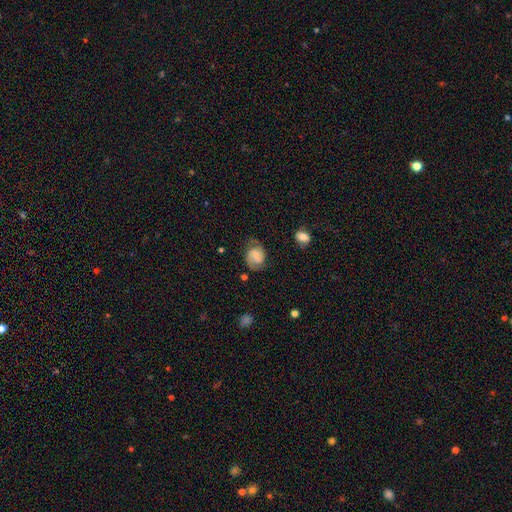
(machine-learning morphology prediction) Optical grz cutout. It shows a featured or disk galaxy (57%) with no bar (52%), 2 (84%) medium (48%) spiral arms (91%) and a small central bulge (44%). Merging: none (63%).